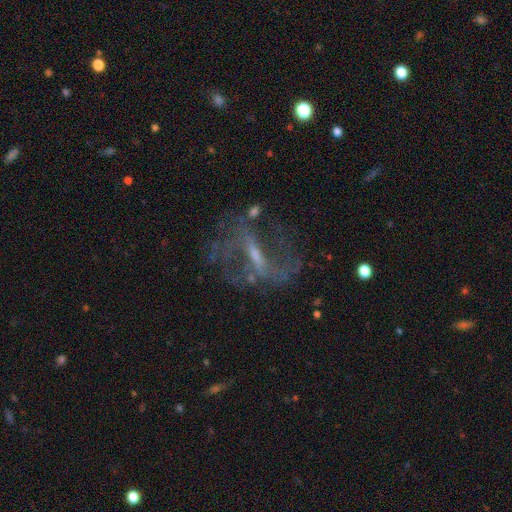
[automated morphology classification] Smooth or featured? Predicted: featured or disk (p=0.77). Edge-on disk? Predicted: no (p=0.89). Bar? Predicted: strong (p=0.50). Spiral arms? Predicted: yes (p=0.72). Bulge size? Predicted: small (p=0.49). Merging? Predicted: none (p=0.54).